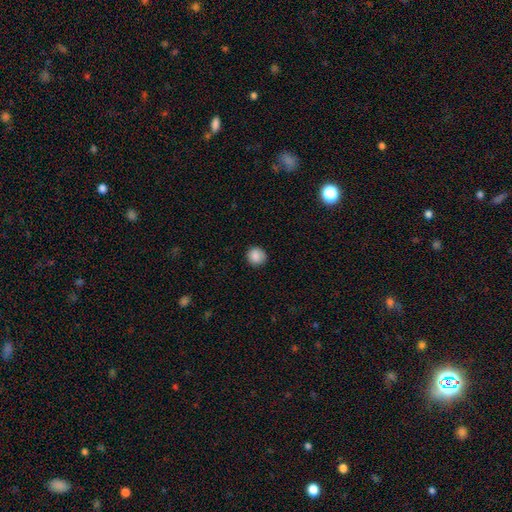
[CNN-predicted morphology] smooth-or-featured: smooth: 87% | star or artifact: 9% | featured or disk: 4%
  how-rounded: round: 90% | in between: 9% | cigar-shaped: 1%
  merging: none: 85% | minor disturbance: 11% | major disturbance: 2% | merger: 1%